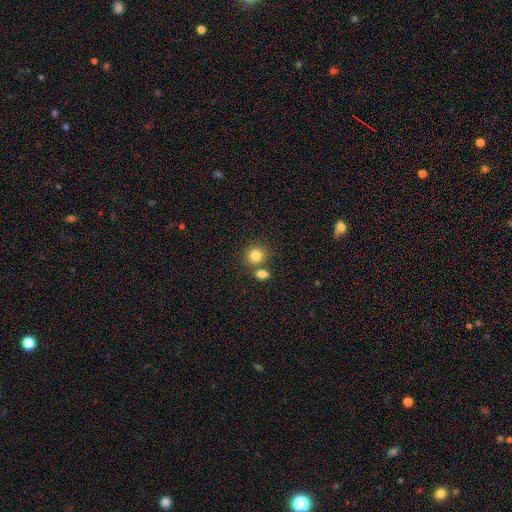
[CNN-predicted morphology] smooth 83%, star or artifact 11%, featured or disk 7%. Down the decision tree: how rounded — round (82%); merging — none (61%).